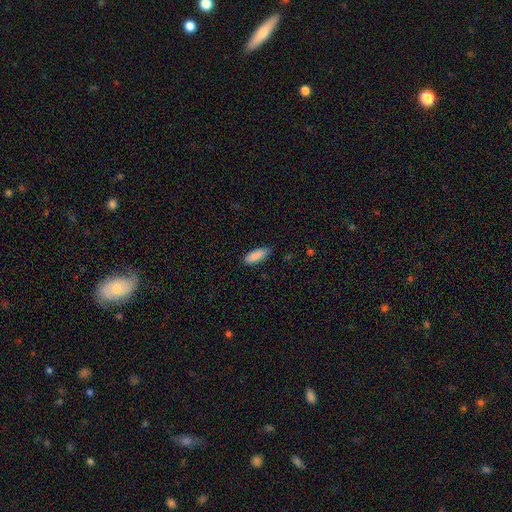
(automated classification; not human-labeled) The model was most divided on "how rounded": in between: 70%, cigar-shaped: 28%, round: 2%. More confident: smooth or featured — smooth (89%); merging — none (81%).